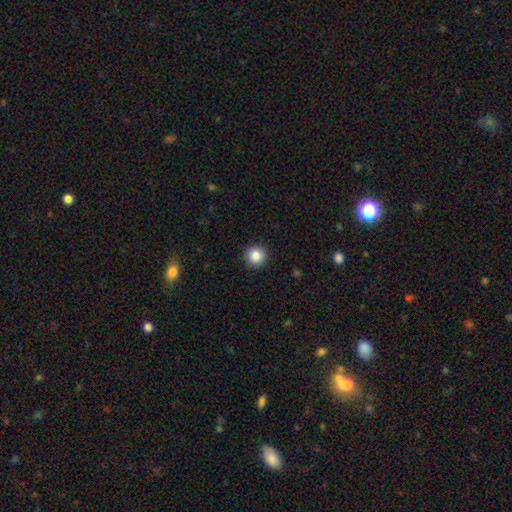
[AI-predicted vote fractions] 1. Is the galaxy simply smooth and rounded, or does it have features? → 85% smooth, 10% star or artifact, 5% featured or disk.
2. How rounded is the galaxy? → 96% round, 4% in between, 1% cigar-shaped.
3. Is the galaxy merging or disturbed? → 92% none, 5% minor disturbance, 2% major disturbance, 1% merger.